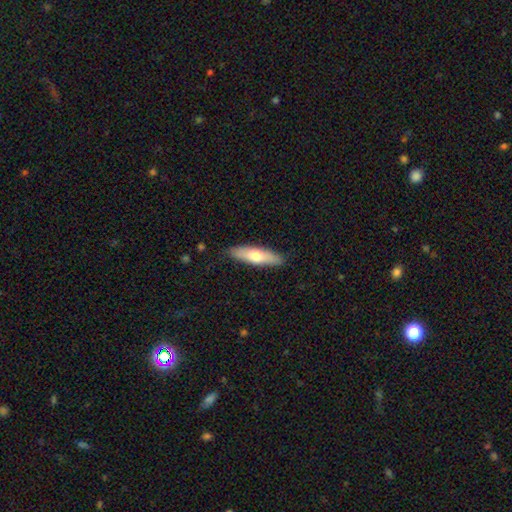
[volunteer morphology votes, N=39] smooth_or_featured: smooth (p=0.62) [alt: featured or disk p=0.38]
how_rounded: cigar-shaped (p=0.67) [alt: in between p=0.33]
merging: none (p=0.85) [alt: minor disturbance p=0.08]